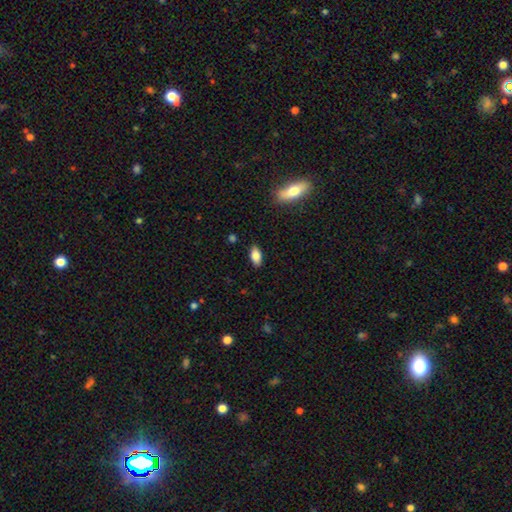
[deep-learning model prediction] Smooth or featured?
  - smooth: 82% *
  - featured or disk: 10%
  - star or artifact: 7%
How rounded?
  - in between: 87% *
  - cigar-shaped: 10%
  - round: 3%
Merging?
  - none: 87% *
  - minor disturbance: 9%
  - major disturbance: 2%
  - merger: 1%